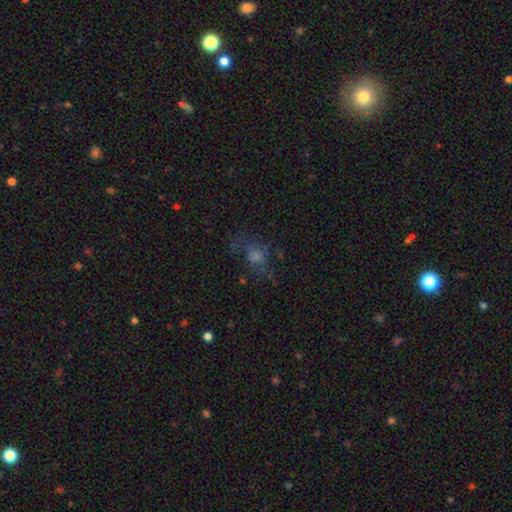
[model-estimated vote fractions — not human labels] A smooth galaxy with no disk features (43%). Merging: none (54%).